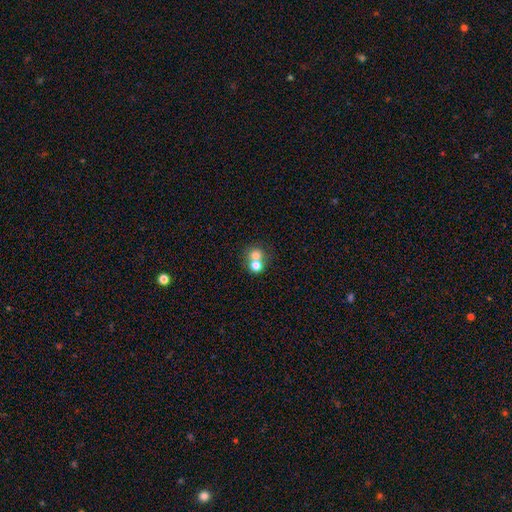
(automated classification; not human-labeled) smooth-or-featured: smooth: 73% | featured or disk: 15% | star or artifact: 13%
  how-rounded: round: 81% | in between: 19% | cigar-shaped: 1%
  merging: merger: 56% | none: 35% | minor disturbance: 5% | major disturbance: 3%